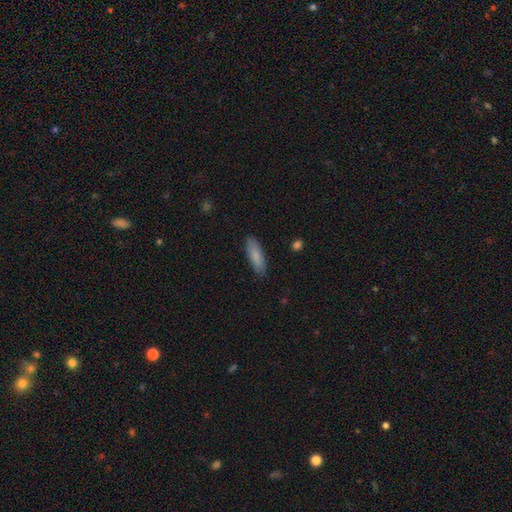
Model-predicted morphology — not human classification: A smooth galaxy with no disk features (83%) that is in between round and cigar-shaped (54%). Merging: none (86%).